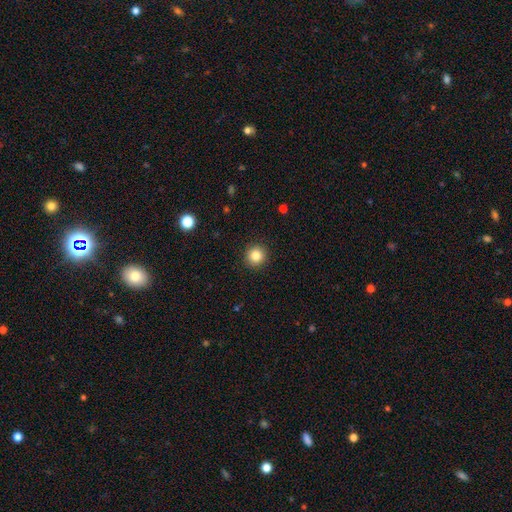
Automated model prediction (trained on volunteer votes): Q: Smooth or featured?
A: smooth (84%); runner-up: star or artifact (10%)
Q: How rounded?
A: round (93%); runner-up: in between (6%)
Q: Merging?
A: none (92%); runner-up: minor disturbance (5%)